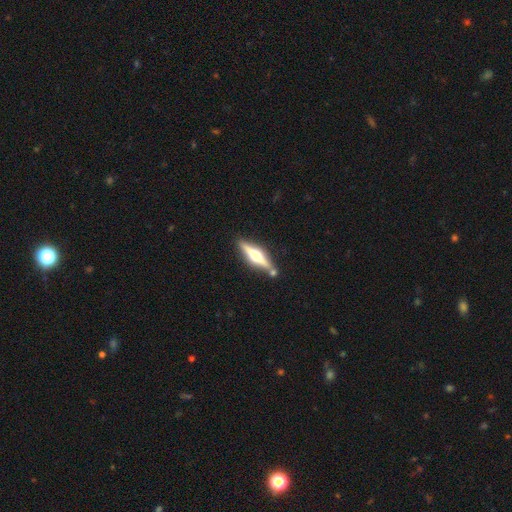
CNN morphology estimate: This is likely a featured or disk galaxy (73%). It is clearly viewed edge-on (97%). Edge-on bulge: clearly rounded (94%). Merging: likely none (80%).